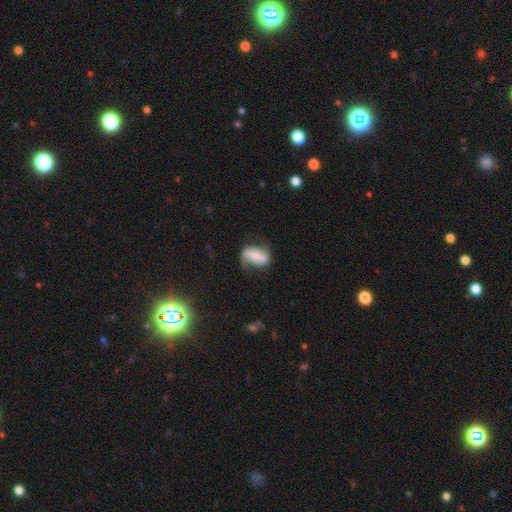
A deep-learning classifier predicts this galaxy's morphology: Smooth or featured?
  - featured or disk: 55% *
  - smooth: 37%
  - star or artifact: 7%
Edge-on disk?
  - no: 93% *
  - yes: 7%
Bar?
  - strong: 43% *
  - no: 29%
  - weak: 28%
Spiral arms?
  - yes: 76% *
  - no: 24%
Bulge size?
  - moderate: 48% *
  - small: 42%
  - large: 5%
  - none: 3%
  - dominant: 2%
Merging?
  - none: 54% *
  - minor disturbance: 27%
  - major disturbance: 16%
  - merger: 3%